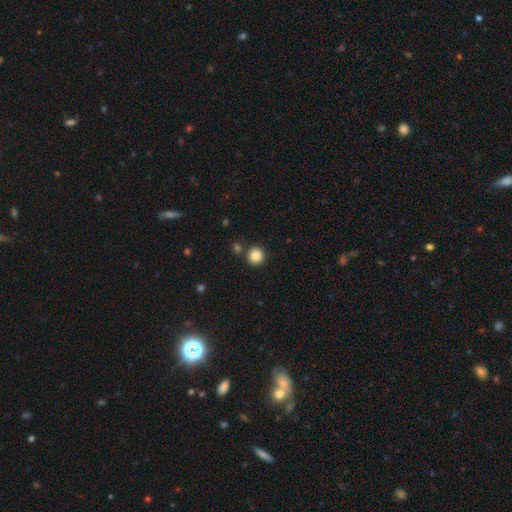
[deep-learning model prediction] Smooth or featured? smooth (85%)
How rounded? round (93%)
Merging? none (85%)